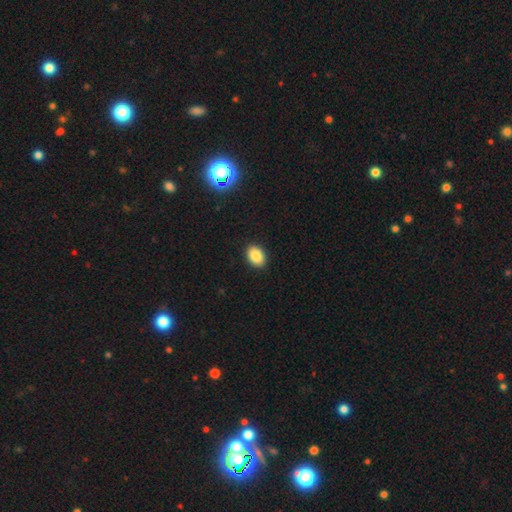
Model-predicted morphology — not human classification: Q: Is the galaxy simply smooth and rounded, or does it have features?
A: smooth — 87%.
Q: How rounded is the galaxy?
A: in between — 79%.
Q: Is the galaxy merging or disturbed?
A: none — 91%.